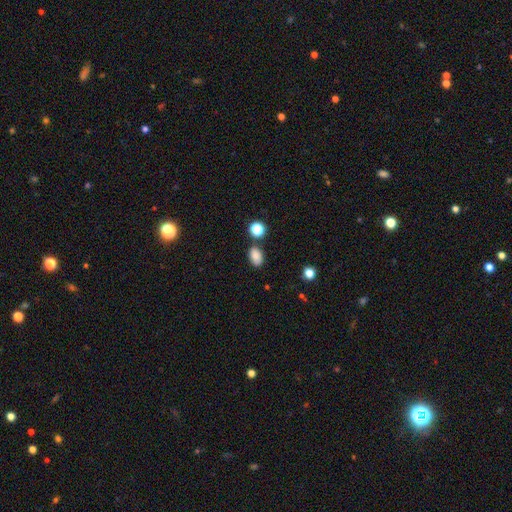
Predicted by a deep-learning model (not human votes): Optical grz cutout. It shows a smooth galaxy with no disk features (83%) that is in between round and cigar-shaped (84%). Merging: none (77%).